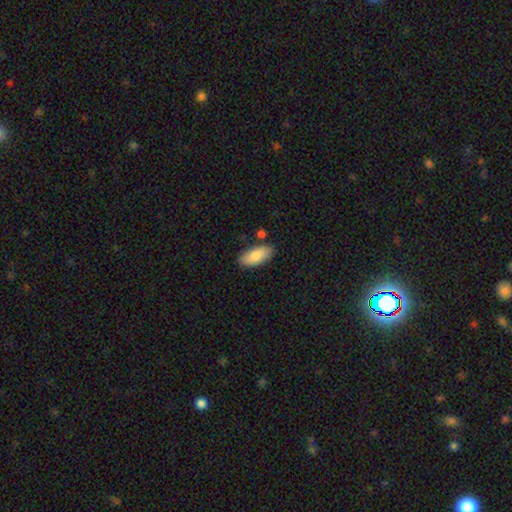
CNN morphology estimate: type=smooth (83%); roundness=in between (90%); merging=none (81%).